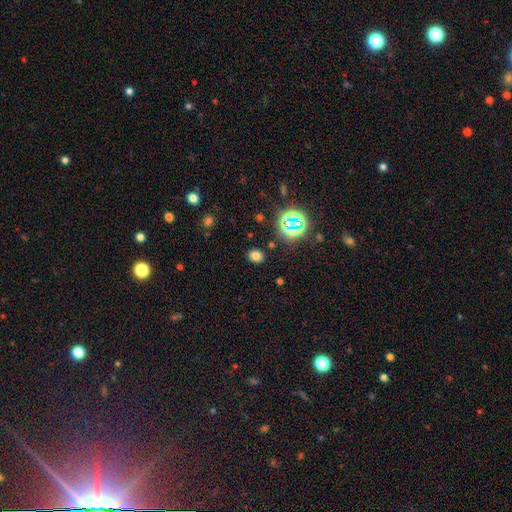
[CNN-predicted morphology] A smooth galaxy with no disk features (70%) that is round (53%).

Vote fractions:
- Smooth or featured? smooth: 70% / star or artifact: 24% / featured or disk: 6%
- How rounded? round: 53% / in between: 46% / cigar-shaped: 1%
- Merging? none: 86% / minor disturbance: 8% / major disturbance: 3% / merger: 2%